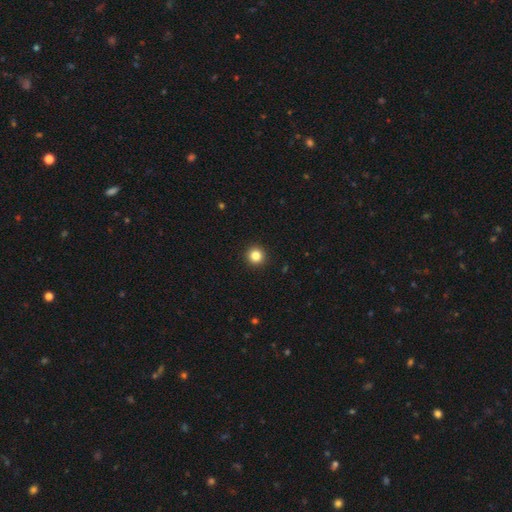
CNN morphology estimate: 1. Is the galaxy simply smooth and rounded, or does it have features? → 84% smooth, 11% star or artifact, 5% featured or disk.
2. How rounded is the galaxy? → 95% round, 4% in between, 1% cigar-shaped.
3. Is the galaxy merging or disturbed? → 93% none, 4% minor disturbance, 2% major disturbance, 1% merger.